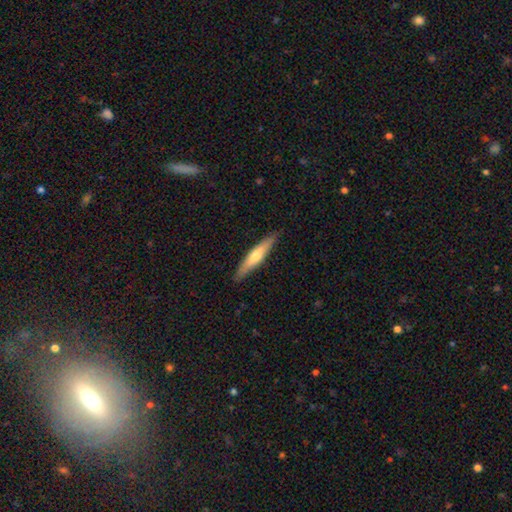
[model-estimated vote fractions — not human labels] Smooth or featured? Predicted: smooth (p=0.51). How rounded? Predicted: cigar-shaped (p=0.88). Merging? Predicted: none (p=0.88).